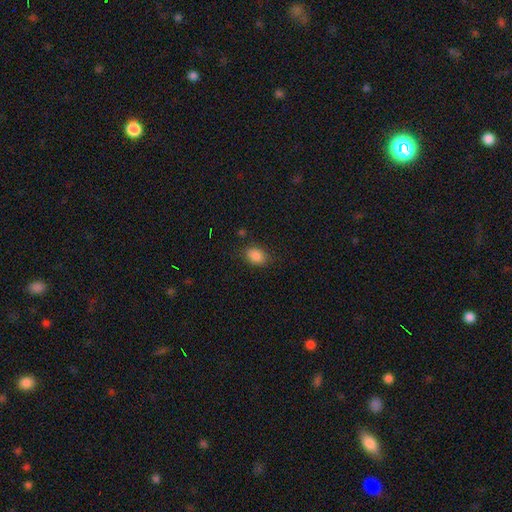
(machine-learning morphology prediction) This is clearly a smooth galaxy (86%). How rounded: likely in between (75%). Merging: clearly none (81%).